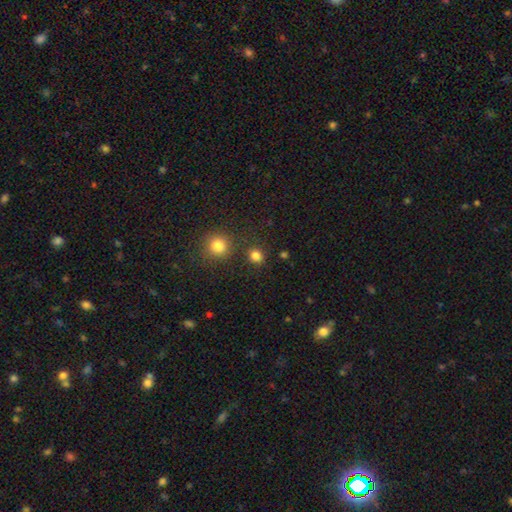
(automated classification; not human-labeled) A smooth galaxy with no disk features (82%) that is round (85%). Merging: none (86%).